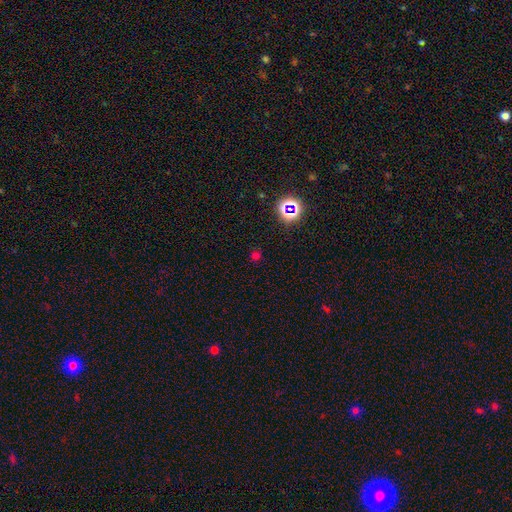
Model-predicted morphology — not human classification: smooth_or_featured: smooth (p=0.49) [alt: star or artifact p=0.44]
merging: none (p=0.85) [alt: minor disturbance p=0.08]